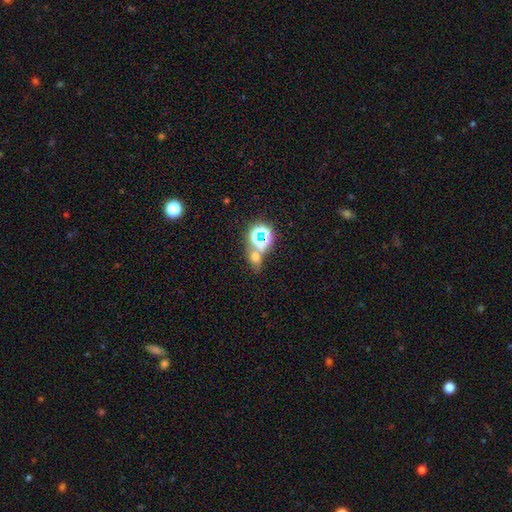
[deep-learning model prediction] This appears to be a star or artifact, not a galaxy (56%).